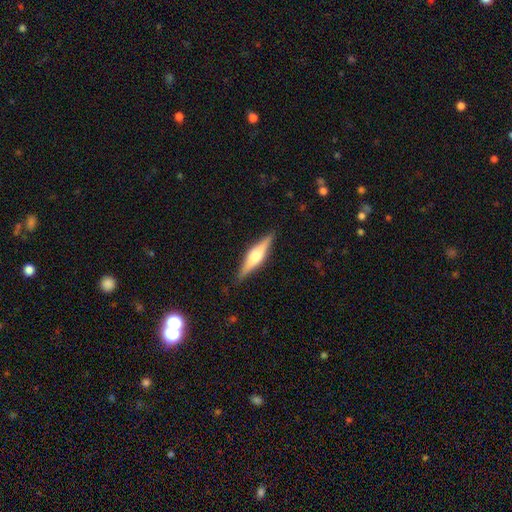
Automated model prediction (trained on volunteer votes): This appears to be a featured or disk galaxy (65%) viewed edge-on (97%) with a rounded central bulge (82%). Merging: none (89%).